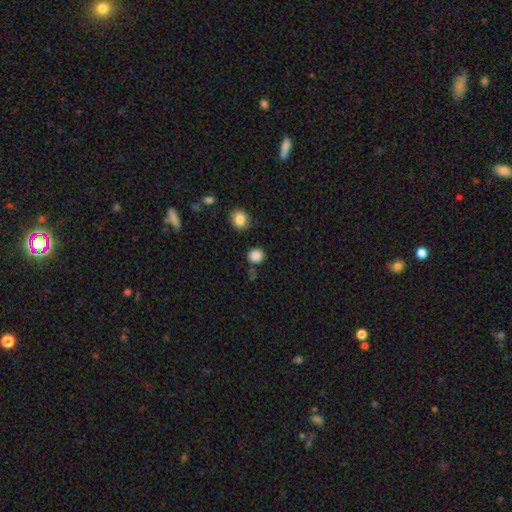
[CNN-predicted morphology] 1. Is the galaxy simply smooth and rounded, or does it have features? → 86% smooth, 11% star or artifact, 3% featured or disk.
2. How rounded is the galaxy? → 87% round, 12% in between, 1% cigar-shaped.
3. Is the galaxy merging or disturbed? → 81% none, 10% minor disturbance, 5% merger, 3% major disturbance.